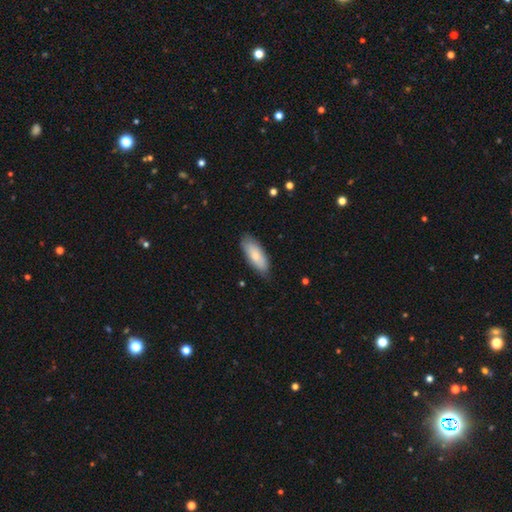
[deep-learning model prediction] Overall: smooth (79%). How rounded: in between (77%). Merging: none (78%).